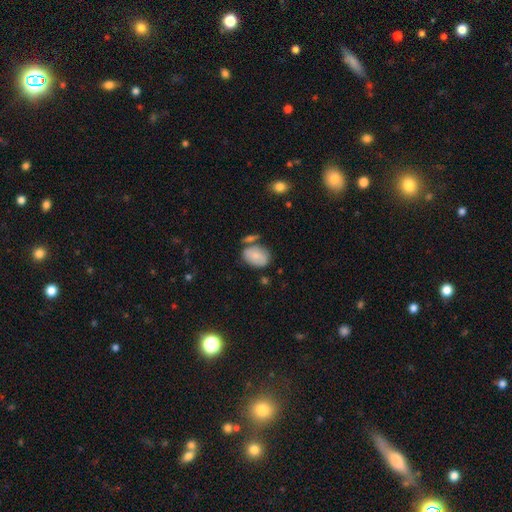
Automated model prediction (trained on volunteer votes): Overall: smooth (77%). How rounded: in between (83%). Merging: none (58%; minor disturbance 20%).